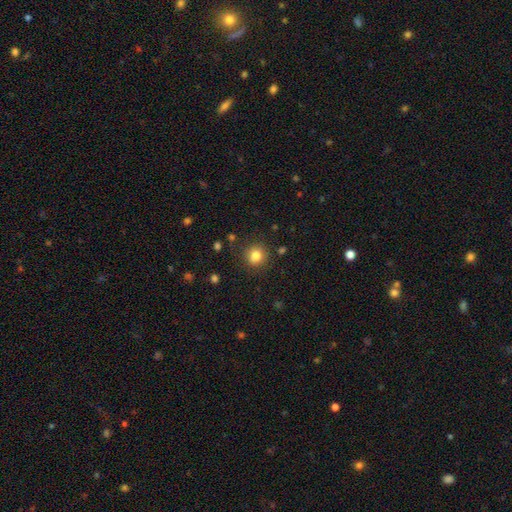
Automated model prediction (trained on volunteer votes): A smooth galaxy with no disk features (82%) that is round (87%).

Vote fractions:
- Smooth or featured? smooth: 82% / star or artifact: 11% / featured or disk: 6%
- How rounded? round: 87% / in between: 13% / cigar-shaped: 1%
- Merging? none: 86% / minor disturbance: 9% / major disturbance: 3% / merger: 2%